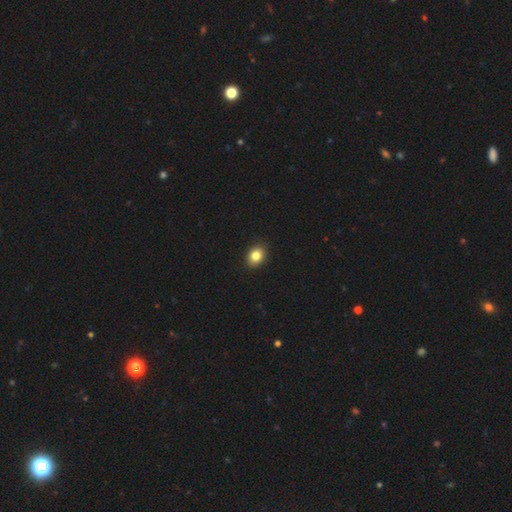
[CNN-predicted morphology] Smooth or featured?
  - smooth: 83% *
  - star or artifact: 10%
  - featured or disk: 7%
How rounded?
  - in between: 61% *
  - round: 38%
  - cigar-shaped: 1%
Merging?
  - none: 90% *
  - minor disturbance: 7%
  - major disturbance: 2%
  - merger: 1%